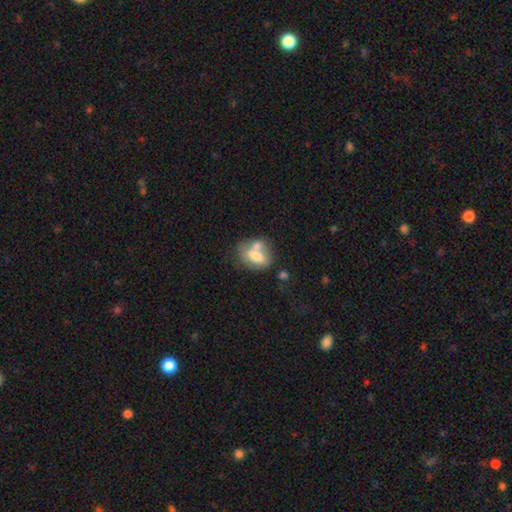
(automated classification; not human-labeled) Q: Smooth or featured?
A: smooth (65%); runner-up: featured or disk (27%)
Q: How rounded?
A: in between (76%); runner-up: round (22%)
Q: Merging?
A: merger (43%); runner-up: none (33%)